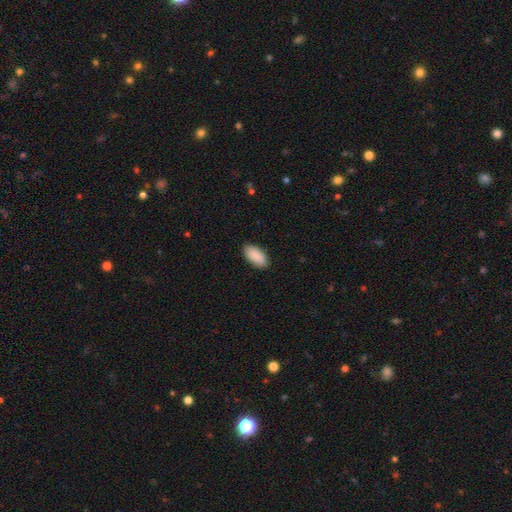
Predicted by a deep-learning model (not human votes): Smooth or featured: smooth — 90% (star or artifact — 6%)
How rounded: in between — 93% (cigar-shaped — 5%)
Merging: none — 87% (minor disturbance — 10%)